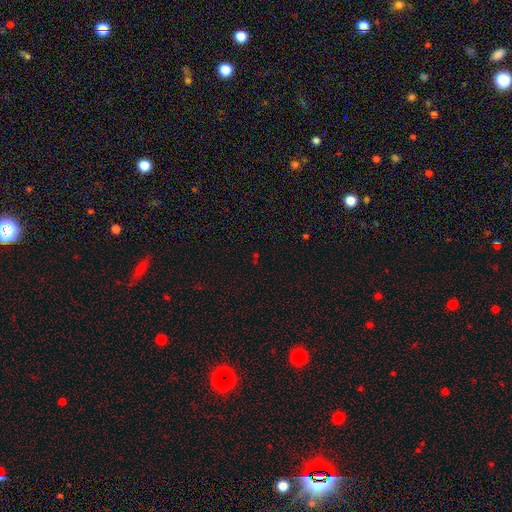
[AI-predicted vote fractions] The model was most divided on "smooth or featured": star or artifact: 66%, smooth: 25%, featured or disk: 8%.